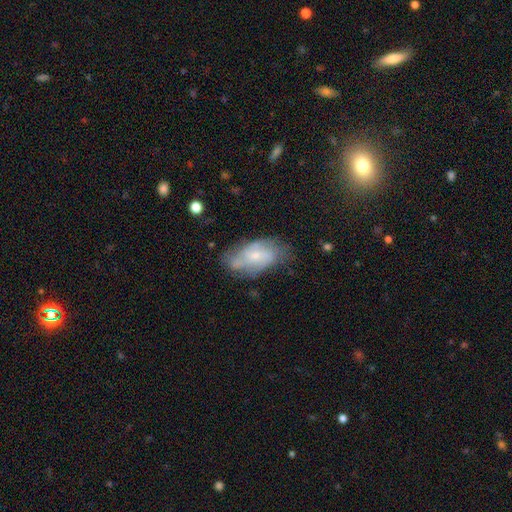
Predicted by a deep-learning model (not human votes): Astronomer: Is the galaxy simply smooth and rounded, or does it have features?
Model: featured or disk — 61%.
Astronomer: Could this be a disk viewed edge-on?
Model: no — 93%.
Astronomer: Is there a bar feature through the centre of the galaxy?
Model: no — 50% (runner-up: weak, 40%).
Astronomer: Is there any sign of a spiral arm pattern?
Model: yes — 78%.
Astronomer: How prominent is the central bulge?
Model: small — 65%.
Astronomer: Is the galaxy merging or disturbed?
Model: none — 61%.